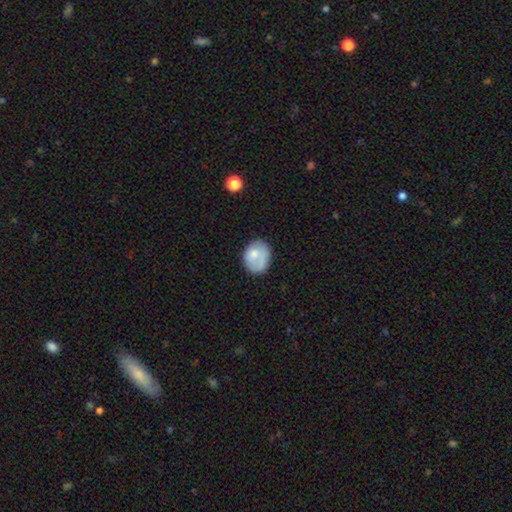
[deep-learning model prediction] This is likely a smooth galaxy (71%). How rounded: possibly in between (52%). Merging: possibly none (59%).